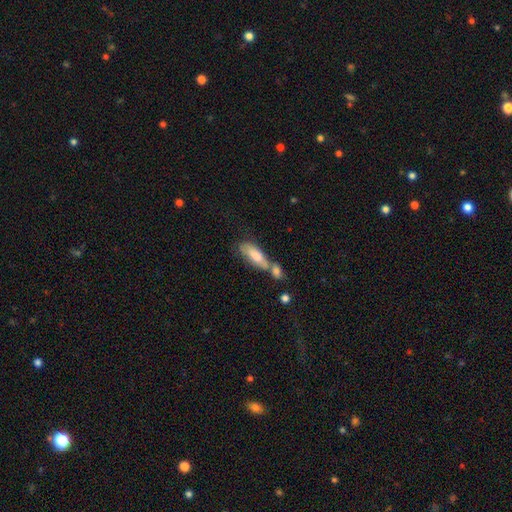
Q: Smooth or featured?
A: smooth (56%); runner-up: featured or disk (44%)
Q: How rounded?
A: in between (68%); runner-up: cigar-shaped (27%)
Q: Merging?
A: merger (54%); runner-up: none (23%)